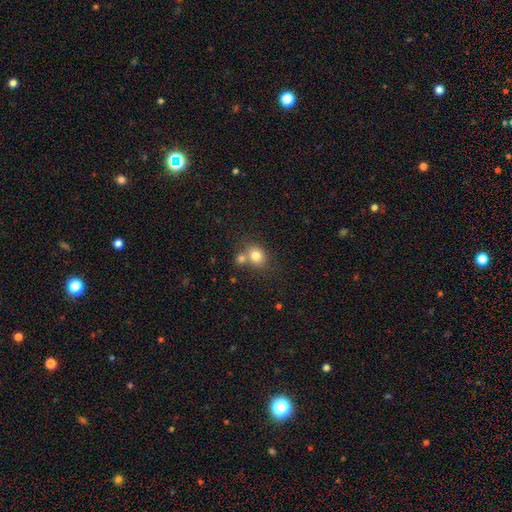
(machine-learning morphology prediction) The model was most divided on "merging": none: 50%, merger: 37%, minor disturbance: 10%, major disturbance: 3%. More confident: smooth or featured — smooth (79%); how rounded — round (67%).